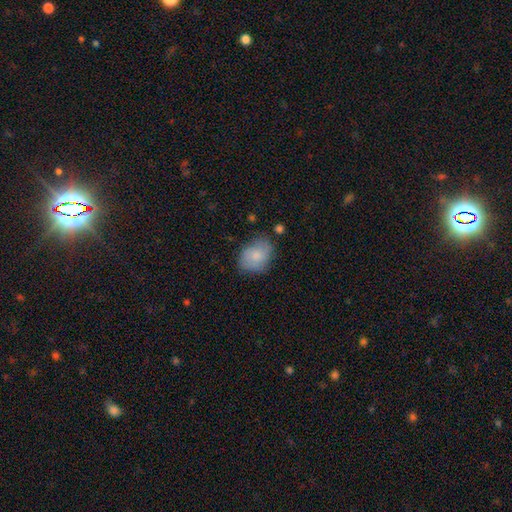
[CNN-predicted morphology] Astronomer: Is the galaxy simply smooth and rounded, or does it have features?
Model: smooth — 75%.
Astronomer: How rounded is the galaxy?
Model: in between — 69%.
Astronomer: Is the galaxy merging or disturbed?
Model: none — 63%.